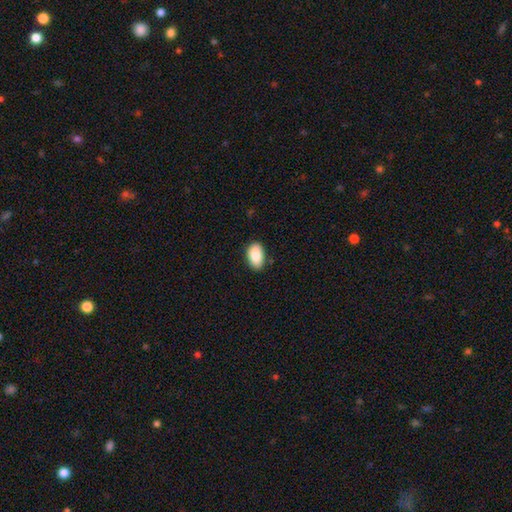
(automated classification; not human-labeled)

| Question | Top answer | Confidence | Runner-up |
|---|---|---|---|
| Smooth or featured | smooth | 89% | star or artifact (7%) |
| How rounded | in between | 94% | round (5%) |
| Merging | none | 84% | minor disturbance (13%) |